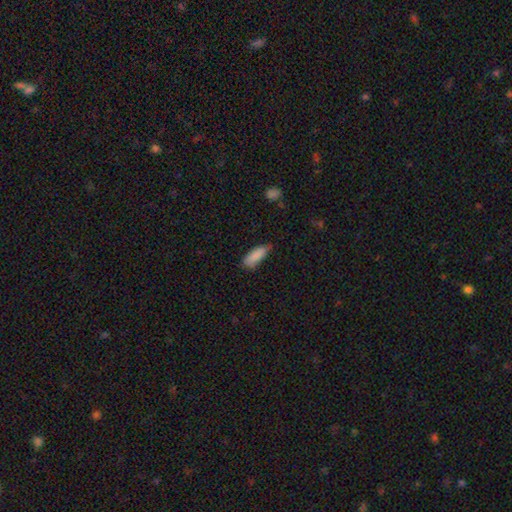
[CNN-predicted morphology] Smooth or featured? smooth (87%)
How rounded? in between (70%)
Merging? none (60%)